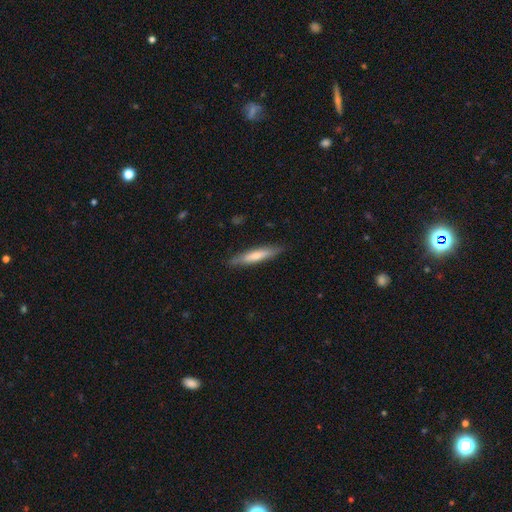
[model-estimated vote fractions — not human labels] Smooth or featured?
  - smooth: 66% *
  - featured or disk: 29%
  - star or artifact: 5%
How rounded?
  - cigar-shaped: 87% *
  - in between: 12%
  - round: 1%
Merging?
  - none: 86% *
  - minor disturbance: 10%
  - major disturbance: 2%
  - merger: 1%